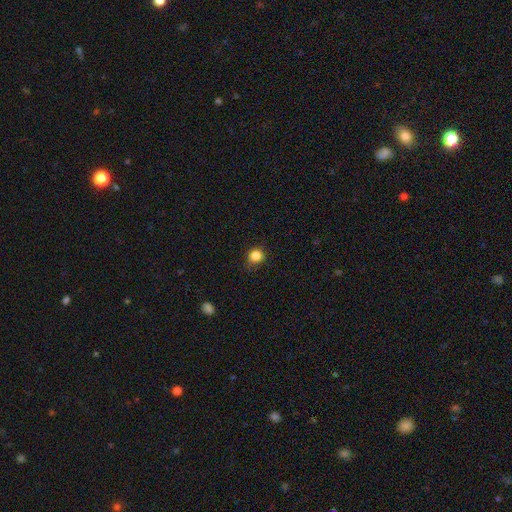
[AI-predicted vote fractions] Q: Smooth or featured?
A: smooth (85%); runner-up: star or artifact (12%)
Q: How rounded?
A: round (85%); runner-up: in between (14%)
Q: Merging?
A: none (79%); runner-up: minor disturbance (16%)